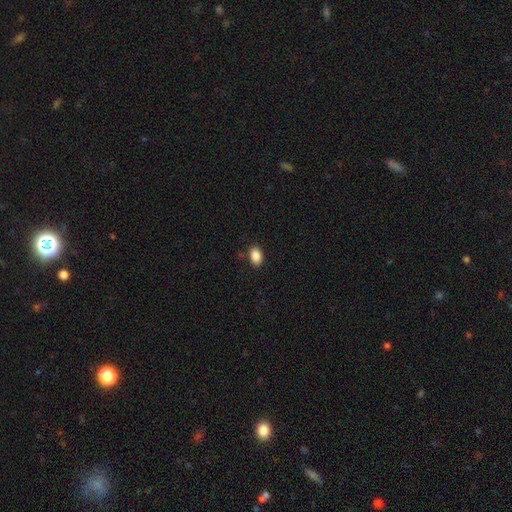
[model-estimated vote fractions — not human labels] Smooth or featured? Predicted: smooth (p=0.88). How rounded? Predicted: in between (p=0.88). Merging? Predicted: none (p=0.86).